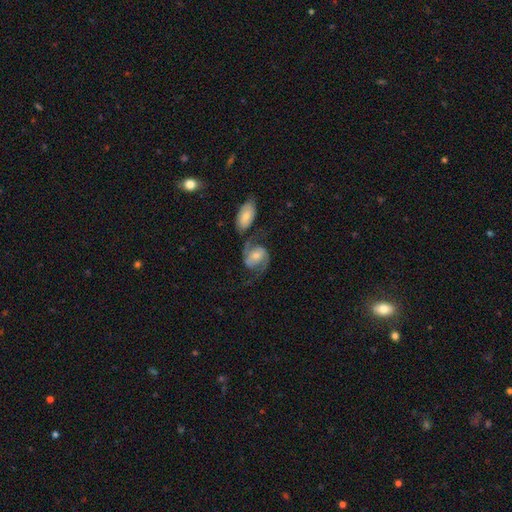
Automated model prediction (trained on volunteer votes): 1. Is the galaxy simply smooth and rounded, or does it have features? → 82% featured or disk, 12% smooth, 6% star or artifact.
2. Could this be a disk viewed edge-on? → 97% no, 3% yes.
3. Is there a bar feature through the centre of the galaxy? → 45% no, 36% weak, 19% strong.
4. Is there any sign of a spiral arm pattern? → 96% yes, 4% no.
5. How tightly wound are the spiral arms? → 51% medium, 34% loose, 15% tight.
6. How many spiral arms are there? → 92% 2, 3% can't tell, 2% 1, 1% 3, 1% 4, 1% more than 4.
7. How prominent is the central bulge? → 48% small, 41% moderate, 6% large, 3% none, 2% dominant.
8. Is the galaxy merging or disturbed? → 50% none, 24% merger, 14% minor disturbance, 11% major disturbance.